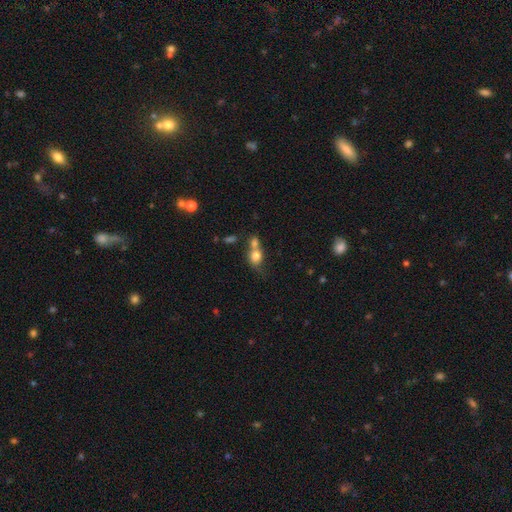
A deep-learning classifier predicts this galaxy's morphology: type=smooth (76%); roundness=round (62%); merging=merger (55%).